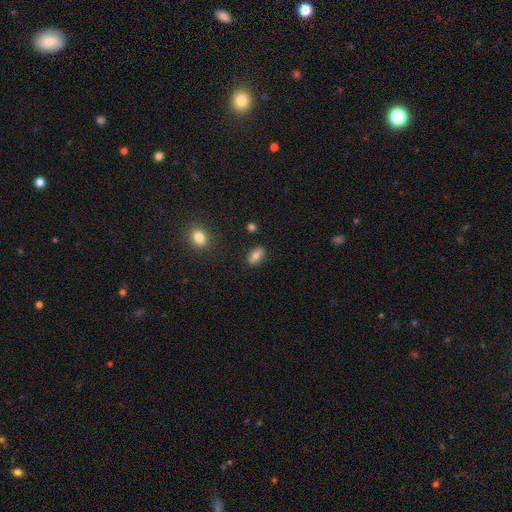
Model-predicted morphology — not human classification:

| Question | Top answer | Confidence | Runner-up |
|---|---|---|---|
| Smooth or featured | smooth | 78% | featured or disk (14%) |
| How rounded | in between | 81% | cigar-shaped (13%) |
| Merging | none | 86% | minor disturbance (10%) |